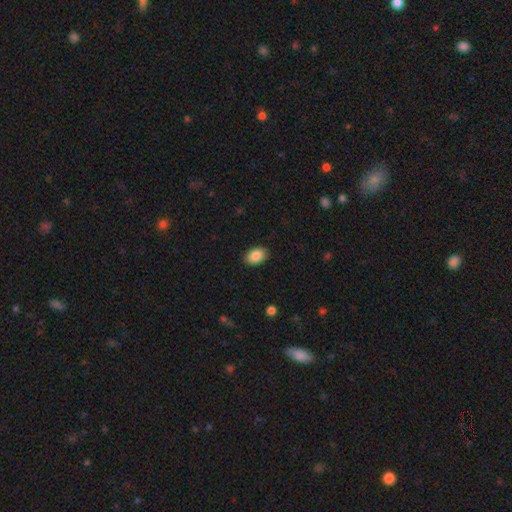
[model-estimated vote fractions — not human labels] Smooth or featured? Predicted: smooth (p=0.88). How rounded? Predicted: in between (p=0.86). Merging? Predicted: none (p=0.89).